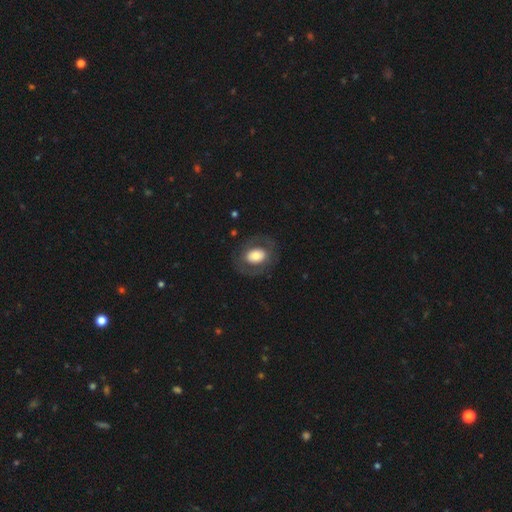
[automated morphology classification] smooth_or_featured: smooth (p=0.62) [alt: featured or disk p=0.32]
how_rounded: in between (p=0.70) [alt: round p=0.29]
merging: none (p=0.77) [alt: minor disturbance p=0.12]